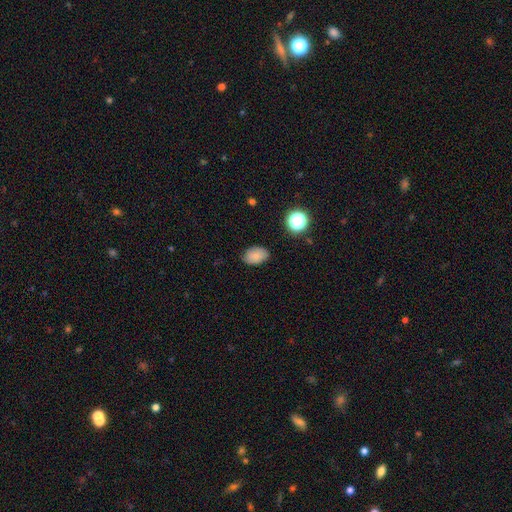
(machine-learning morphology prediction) Overall: smooth (82%). How rounded: in between (84%). Merging: none (81%).